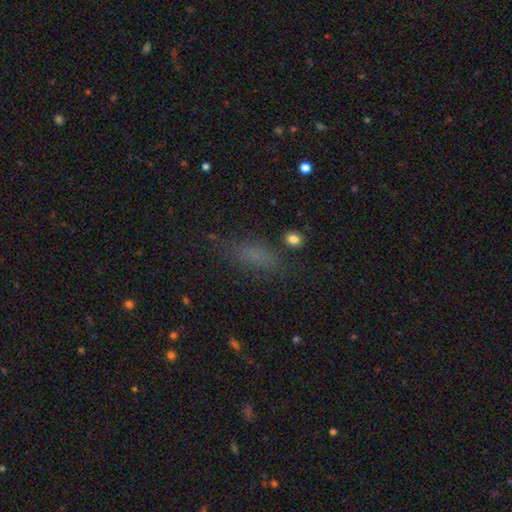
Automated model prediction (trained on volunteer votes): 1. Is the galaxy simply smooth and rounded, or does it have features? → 66% smooth, 20% star or artifact, 14% featured or disk.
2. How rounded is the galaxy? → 54% in between, 41% cigar-shaped, 5% round.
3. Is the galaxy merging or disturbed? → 68% none, 19% minor disturbance, 10% major disturbance, 3% merger.